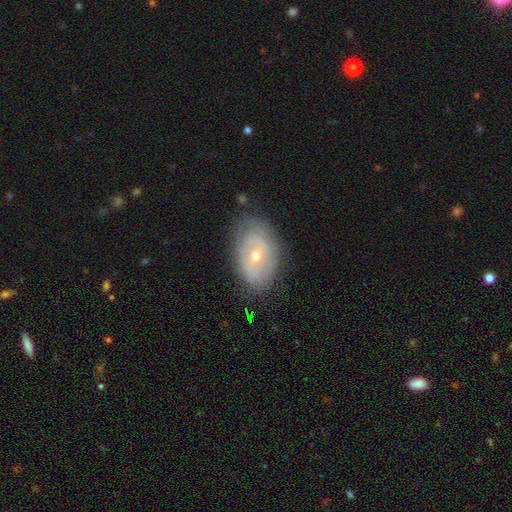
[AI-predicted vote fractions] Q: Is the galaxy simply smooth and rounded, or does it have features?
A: featured or disk — 61%.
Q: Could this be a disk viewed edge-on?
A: no — 93%.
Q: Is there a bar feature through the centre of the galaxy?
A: no — 49%.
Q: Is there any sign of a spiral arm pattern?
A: no — 53%.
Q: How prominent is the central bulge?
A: small — 50%.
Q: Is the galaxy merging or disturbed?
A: none — 73%.